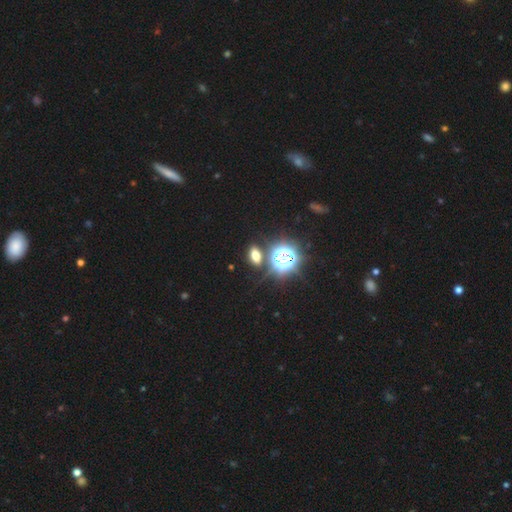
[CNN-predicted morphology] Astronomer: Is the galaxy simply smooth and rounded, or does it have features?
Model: smooth — 56% (runner-up: star or artifact, 34%).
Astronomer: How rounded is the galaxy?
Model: in between — 74%.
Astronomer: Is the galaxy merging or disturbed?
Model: none — 81%.